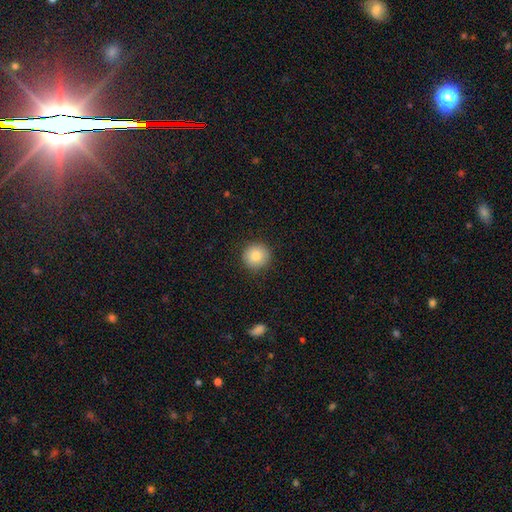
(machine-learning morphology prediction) Smooth or featured? Predicted: smooth (p=0.85). How rounded? Predicted: round (p=0.94). Merging? Predicted: none (p=0.90).